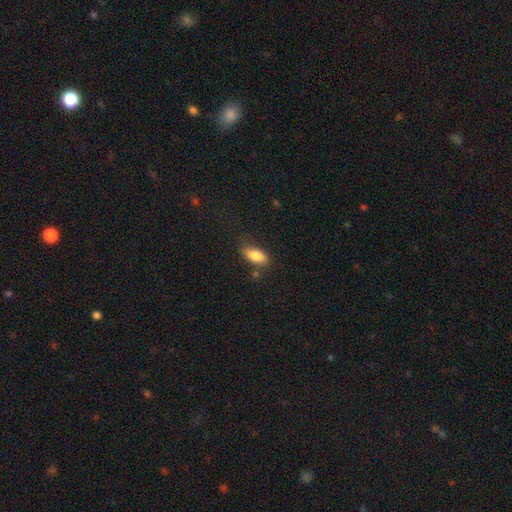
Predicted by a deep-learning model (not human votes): Smooth or featured: smooth — 81% (featured or disk — 12%)
How rounded: in between — 82% (cigar-shaped — 14%)
Merging: none — 70% (minor disturbance — 20%)